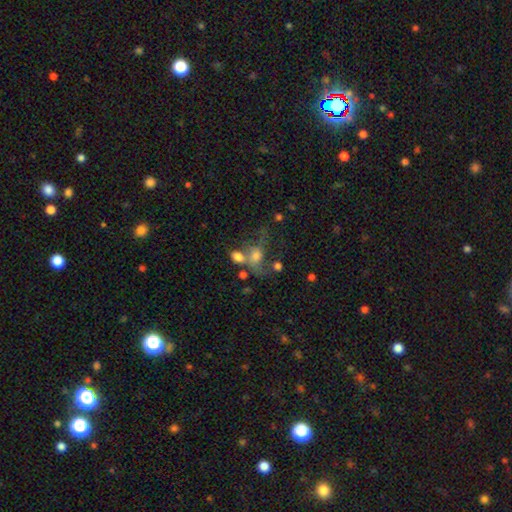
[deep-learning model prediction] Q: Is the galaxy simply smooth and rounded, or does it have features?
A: smooth — 56%.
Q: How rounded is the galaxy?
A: in between — 66%.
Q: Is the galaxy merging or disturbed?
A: merger — 40%.